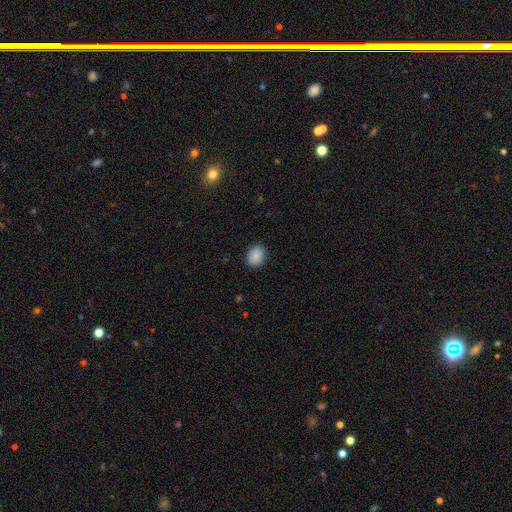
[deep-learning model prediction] The model was most divided on "how rounded": in between: 57%, round: 42%, cigar-shaped: 1%. More confident: smooth or featured — smooth (88%); merging — none (88%).